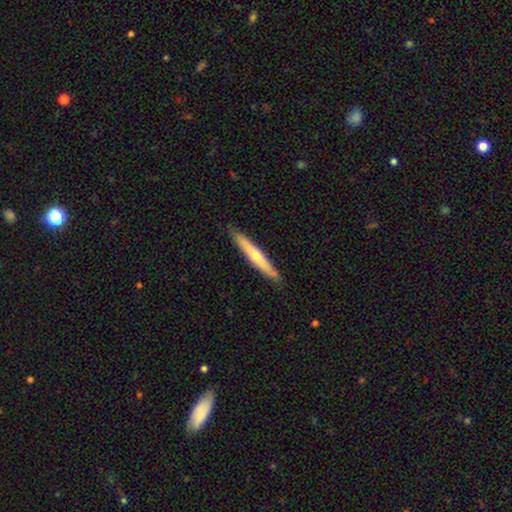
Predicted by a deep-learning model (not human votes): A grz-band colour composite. It shows a featured or disk galaxy (52%) viewed edge-on (94%). Merging: none (88%).